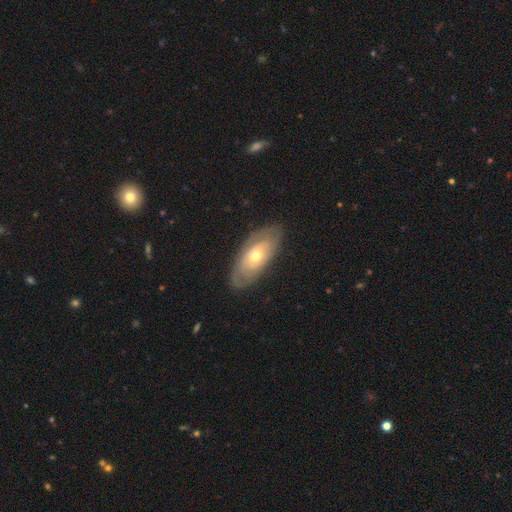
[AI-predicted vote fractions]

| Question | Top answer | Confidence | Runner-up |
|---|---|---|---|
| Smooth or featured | featured or disk | 59% | smooth (36%) |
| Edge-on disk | no | 84% | yes (16%) |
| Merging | none | 80% | minor disturbance (14%) |